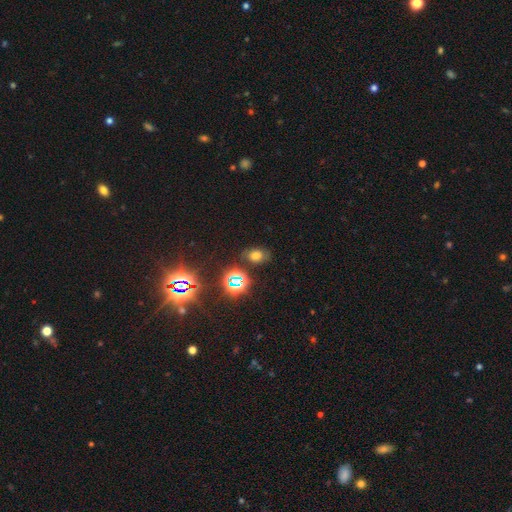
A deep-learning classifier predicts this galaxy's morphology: A smooth galaxy with no disk features (58%) that is in between round and cigar-shaped (72%).

Vote fractions:
- Smooth or featured? smooth: 58% / star or artifact: 31% / featured or disk: 11%
- How rounded? in between: 72% / round: 27% / cigar-shaped: 1%
- Merging? none: 75% / minor disturbance: 16% / major disturbance: 5% / merger: 4%